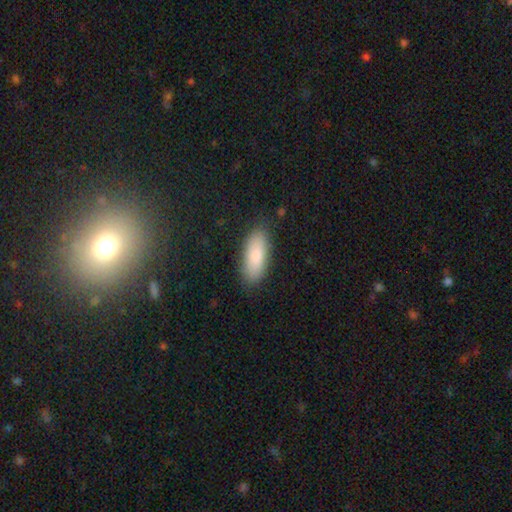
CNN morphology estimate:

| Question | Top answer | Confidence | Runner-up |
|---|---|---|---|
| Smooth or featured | smooth | 85% | featured or disk (8%) |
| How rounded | in between | 79% | cigar-shaped (19%) |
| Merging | none | 84% | minor disturbance (12%) |